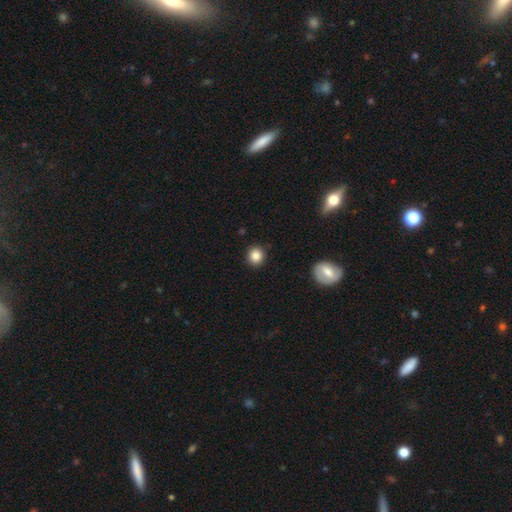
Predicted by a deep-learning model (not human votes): This appears to be a smooth galaxy with no disk features (86%) that is round (89%). Merging: none (90%).